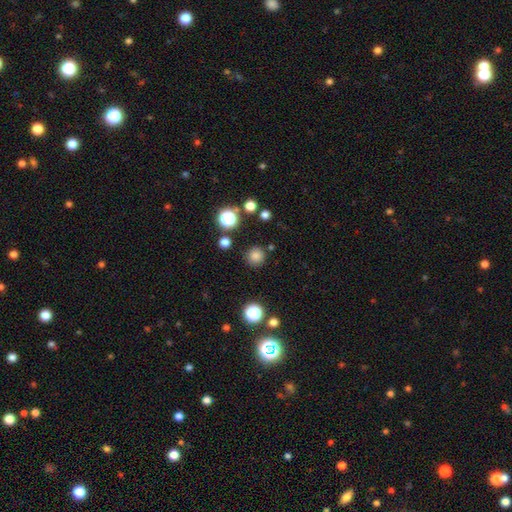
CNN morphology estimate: This appears to be a smooth galaxy with no disk features (81%) that is round (95%). Merging: none (87%).